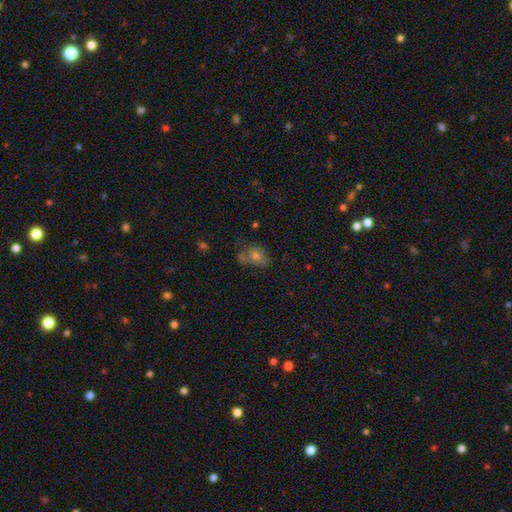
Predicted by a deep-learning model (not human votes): Q: Smooth or featured?
A: smooth (55%); runner-up: featured or disk (26%)
Q: How rounded?
A: in between (62%); runner-up: round (36%)
Q: Merging?
A: none (47%); runner-up: minor disturbance (23%)